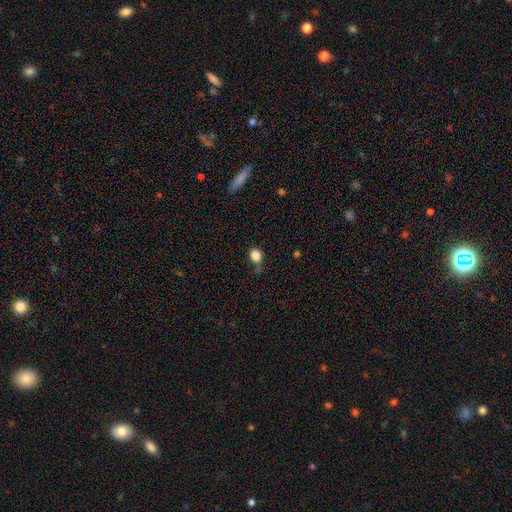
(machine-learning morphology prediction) Smooth or featured? smooth (84%)
How rounded? round (53%)
Merging? none (64%)